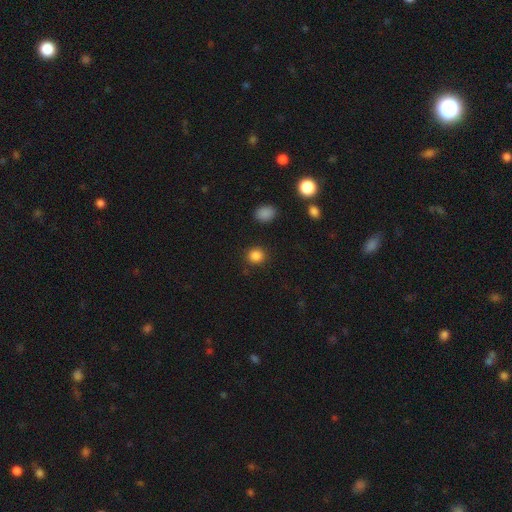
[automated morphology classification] smooth 85%, star or artifact 11%, featured or disk 3%. Down the decision tree: how rounded — round (88%); merging — none (89%).